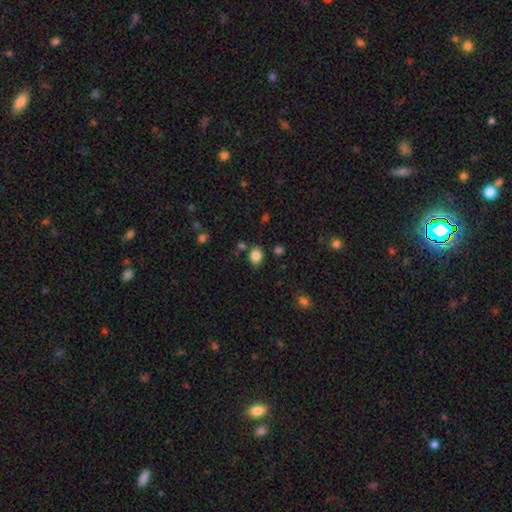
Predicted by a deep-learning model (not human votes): Q: Smooth or featured?
A: smooth (84%); runner-up: star or artifact (11%)
Q: How rounded?
A: round (69%); runner-up: in between (31%)
Q: Merging?
A: none (78%); runner-up: minor disturbance (13%)